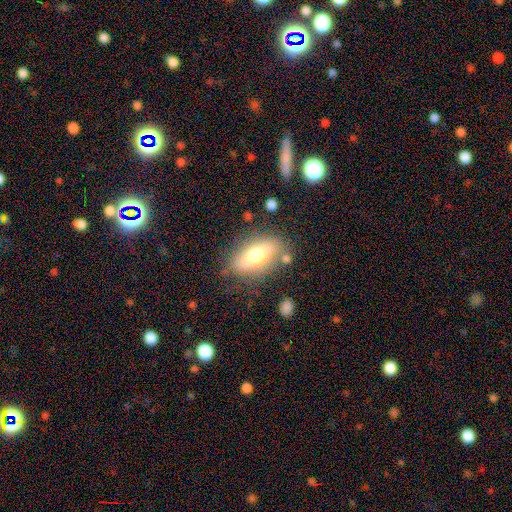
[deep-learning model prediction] Morphology: type=smooth (55%); roundness=in between (74%); merging=none (77%).